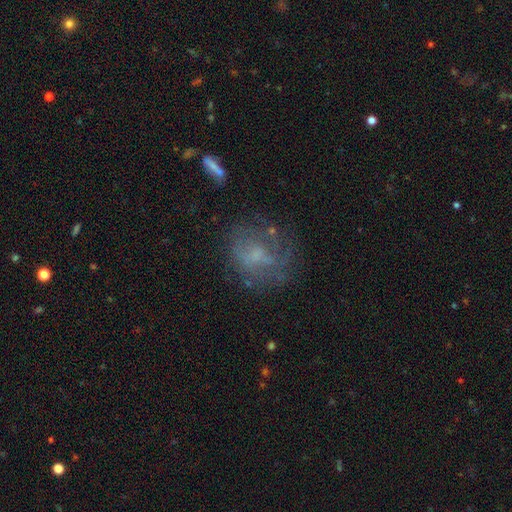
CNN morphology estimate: The model was most divided on "smooth or featured": featured or disk: 47%, smooth: 38%, star or artifact: 16%. More confident: merging — none (54%).